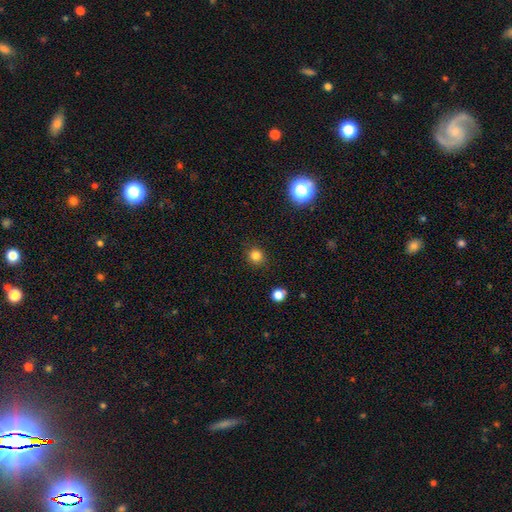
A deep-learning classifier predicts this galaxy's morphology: Smooth or featured? smooth (82%)
How rounded? round (90%)
Merging? none (89%)